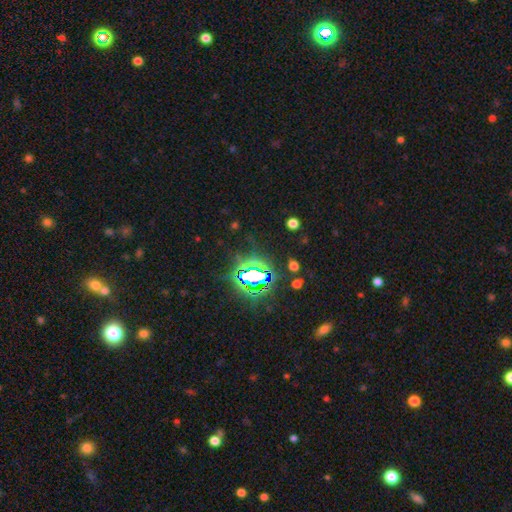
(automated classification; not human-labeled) Smooth or featured?
  - star or artifact: 80% *
  - smooth: 12%
  - featured or disk: 8%